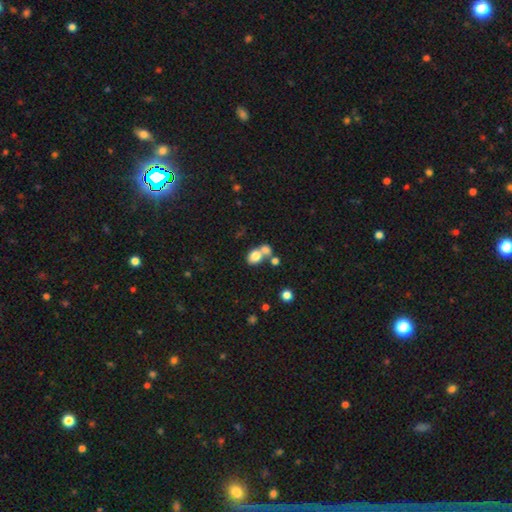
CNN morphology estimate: Q: Smooth or featured?
A: smooth (78%); runner-up: featured or disk (12%)
Q: How rounded?
A: in between (50%); runner-up: round (49%)
Q: Merging?
A: merger (52%); runner-up: none (35%)